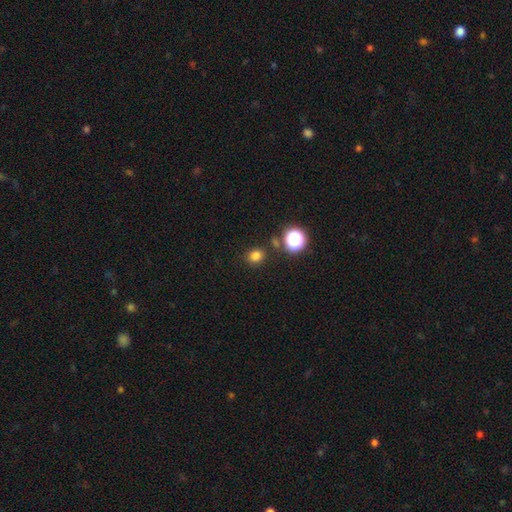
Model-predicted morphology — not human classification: This is likely a smooth galaxy (78%). How rounded: likely round (77%). Merging: clearly none (84%).